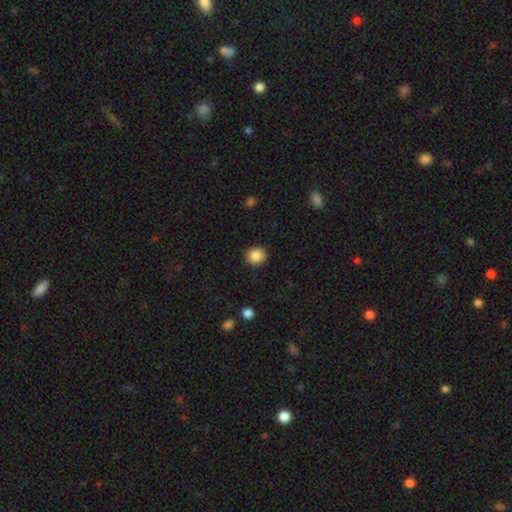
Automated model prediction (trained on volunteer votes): Morphology: type=smooth (86%); roundness=round (91%); merging=none (91%).